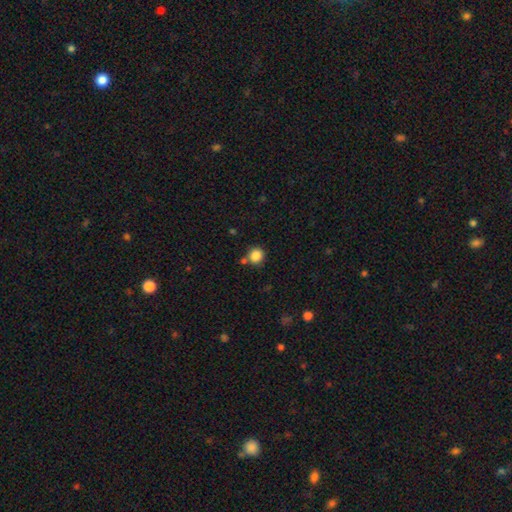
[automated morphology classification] A smooth galaxy with no disk features (86%) that is round (90%). Merging: none (75%).